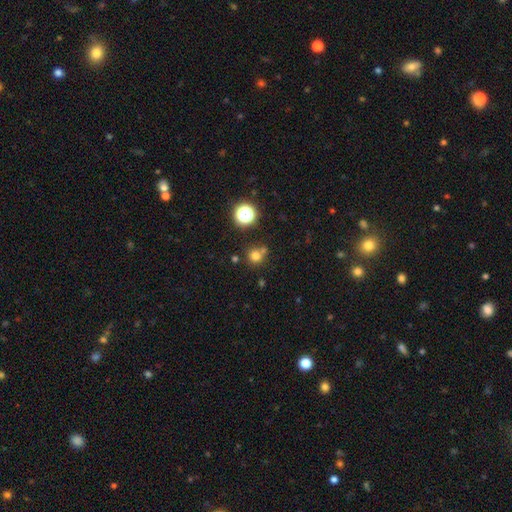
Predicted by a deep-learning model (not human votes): Smooth or featured? smooth (74%)
How rounded? round (90%)
Merging? none (65%)